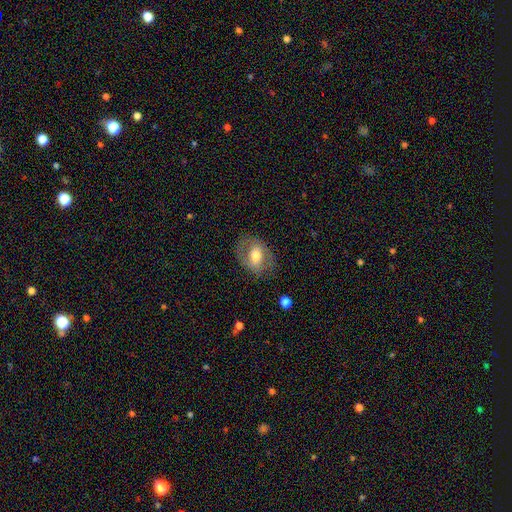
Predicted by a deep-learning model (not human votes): This is possibly a featured or disk galaxy (47%). Merging: likely none (73%).